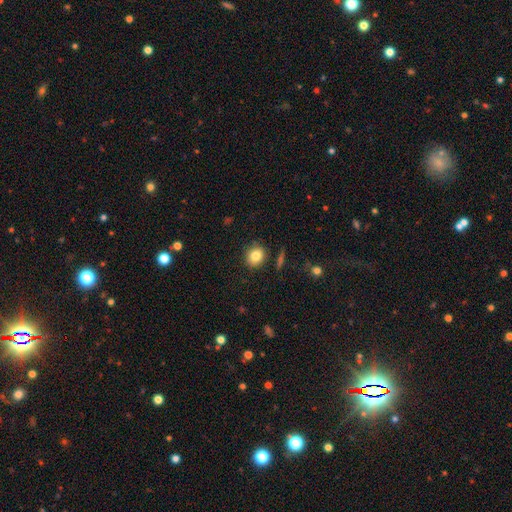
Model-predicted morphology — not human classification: This appears to be a smooth galaxy with no disk features (82%) that is round (72%). Merging: none (87%).